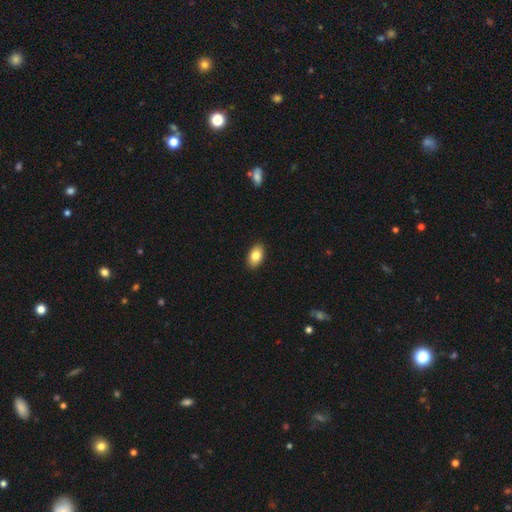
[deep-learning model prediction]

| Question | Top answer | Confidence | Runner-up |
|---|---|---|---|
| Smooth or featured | smooth | 82% | featured or disk (11%) |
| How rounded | in between | 91% | round (7%) |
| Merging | none | 91% | minor disturbance (7%) |